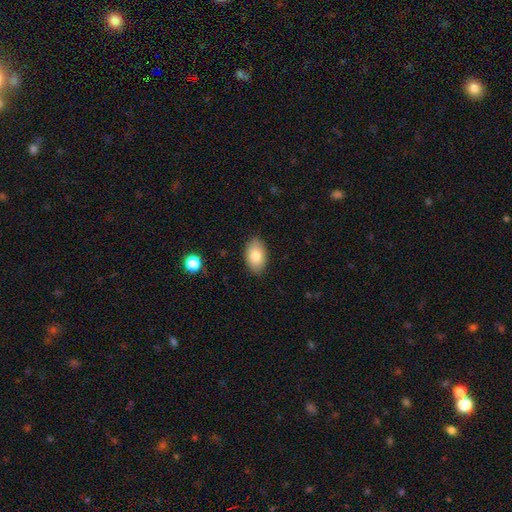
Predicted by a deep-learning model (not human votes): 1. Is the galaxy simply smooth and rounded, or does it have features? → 83% smooth, 10% featured or disk, 7% star or artifact.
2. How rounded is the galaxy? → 92% in between, 7% round, 1% cigar-shaped.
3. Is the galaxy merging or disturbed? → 86% none, 10% minor disturbance, 2% major disturbance, 1% merger.